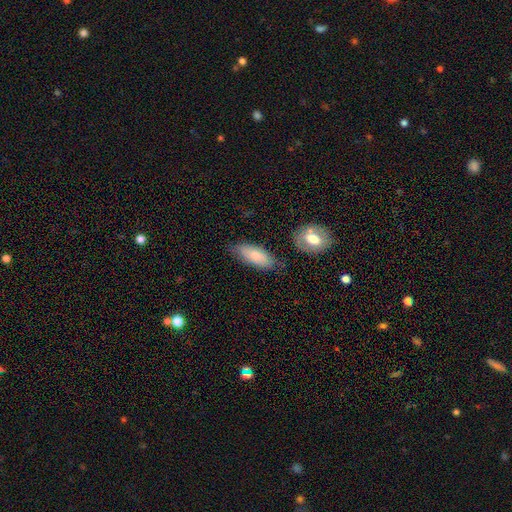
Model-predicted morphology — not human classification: type=smooth (77%); roundness=in between (77%); merging=none (69%).